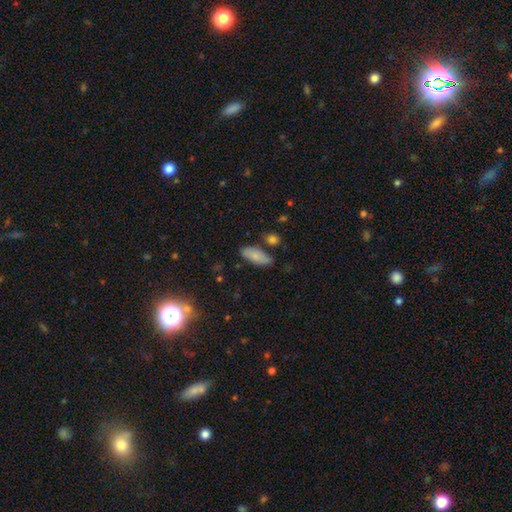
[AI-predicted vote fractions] smooth-or-featured: smooth: 80% | featured or disk: 13% | star or artifact: 7%
  how-rounded: in between: 81% | cigar-shaped: 16% | round: 2%
  merging: none: 70% | minor disturbance: 19% | merger: 6% | major disturbance: 4%